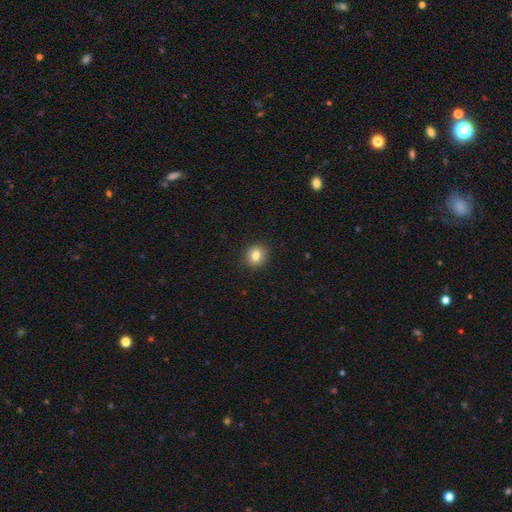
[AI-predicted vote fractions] smooth-or-featured: smooth: 81% | star or artifact: 11% | featured or disk: 8%
  how-rounded: round: 86% | in between: 13% | cigar-shaped: 1%
  merging: none: 92% | minor disturbance: 6% | major disturbance: 2% | merger: 1%